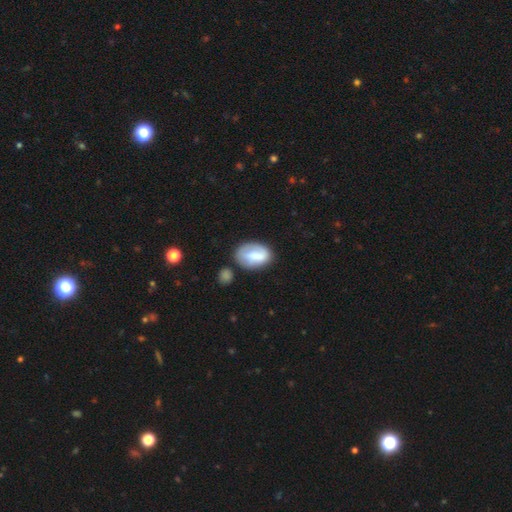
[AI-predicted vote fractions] A smooth galaxy with no disk features (68%) that is in between round and cigar-shaped (87%). Merging: none (52%).